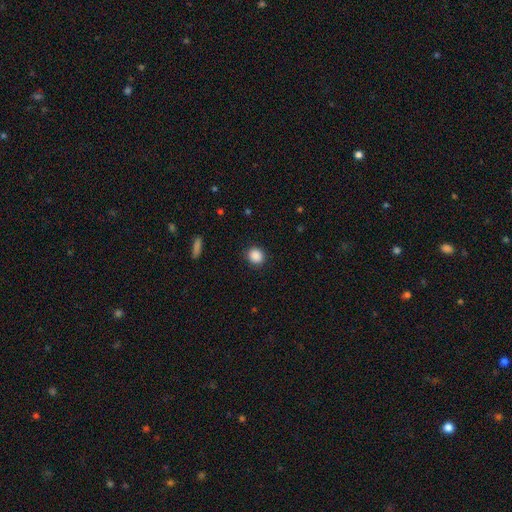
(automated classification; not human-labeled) This appears to be a smooth galaxy with no disk features (88%) that is round (82%). Merging: none (90%).